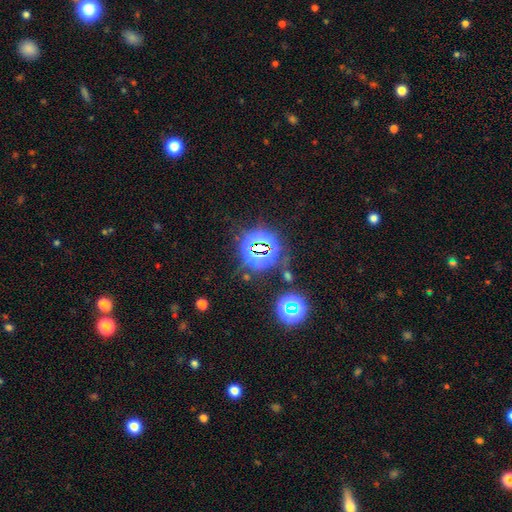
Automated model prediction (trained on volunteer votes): smooth-or-featured: star or artifact: 79% | smooth: 13% | featured or disk: 8%